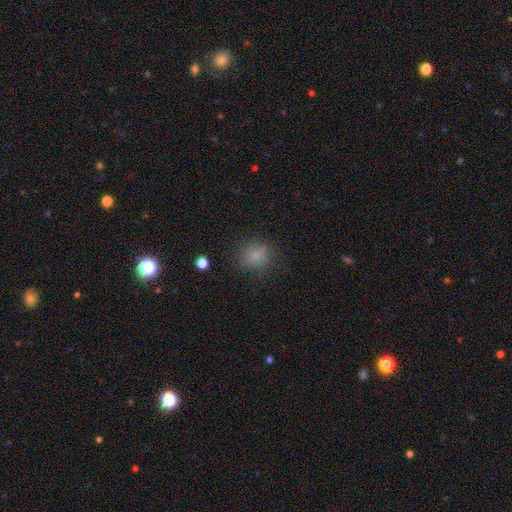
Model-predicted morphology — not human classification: A smooth galaxy with no disk features (74%) that is round (78%). Merging: none (76%).